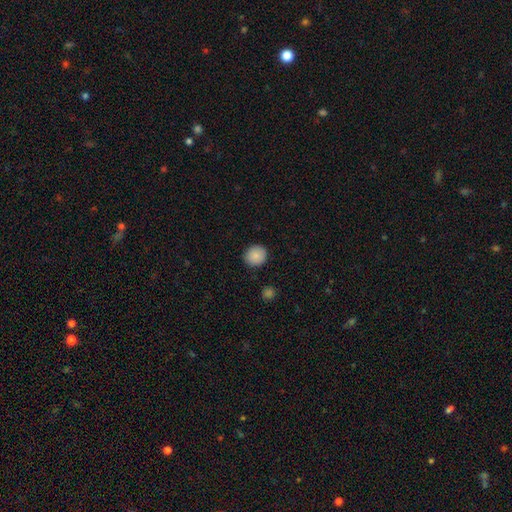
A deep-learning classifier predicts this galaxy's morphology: A smooth galaxy with no disk features (89%) that is round (85%).

Vote fractions:
- Smooth or featured? smooth: 89% / star or artifact: 8% / featured or disk: 4%
- How rounded? round: 85% / in between: 14% / cigar-shaped: 1%
- Merging? none: 90% / minor disturbance: 7% / major disturbance: 2% / merger: 1%